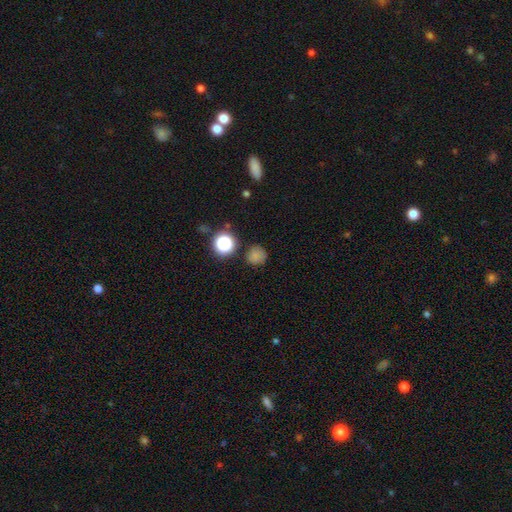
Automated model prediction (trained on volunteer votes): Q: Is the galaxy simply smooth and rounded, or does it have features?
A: smooth — 73%.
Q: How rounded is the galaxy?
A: round — 91%.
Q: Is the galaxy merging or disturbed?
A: none — 78%.